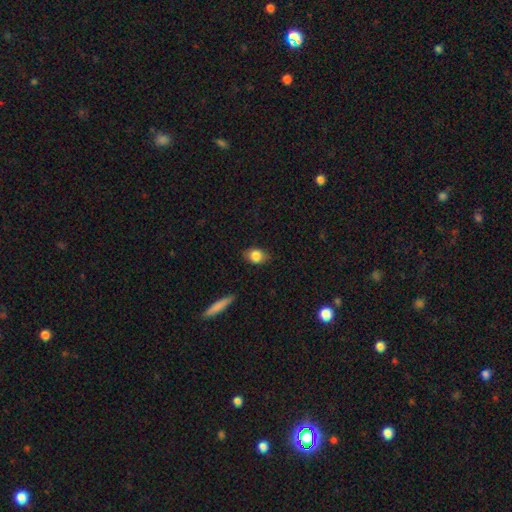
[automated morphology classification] A smooth galaxy with no disk features (83%) that is in between round and cigar-shaped (65%). Merging: none (82%).